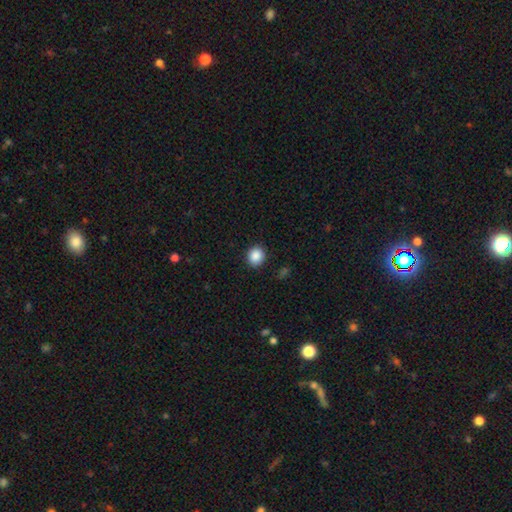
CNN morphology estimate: This is clearly a smooth galaxy (88%). How rounded: likely round (76%). Merging: clearly none (89%).